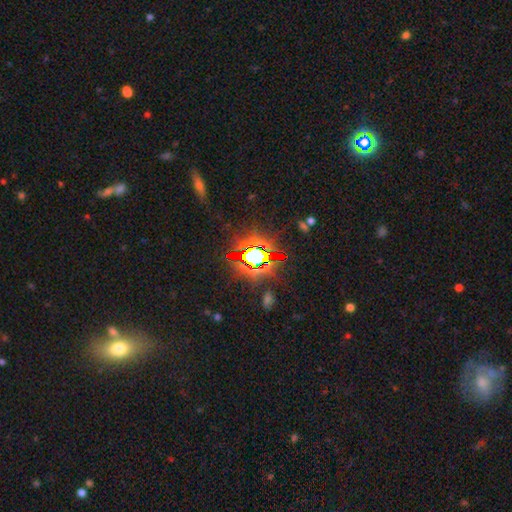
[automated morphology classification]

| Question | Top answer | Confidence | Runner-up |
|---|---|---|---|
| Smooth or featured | star or artifact | 77% | smooth (13%) |